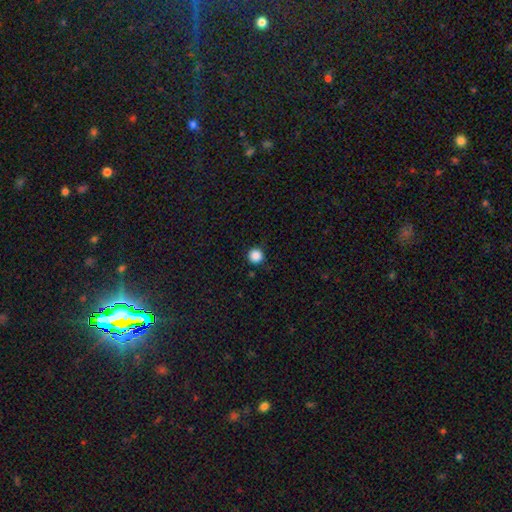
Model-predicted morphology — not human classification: A smooth galaxy with no disk features (87%) that is round (96%). Merging: none (90%).